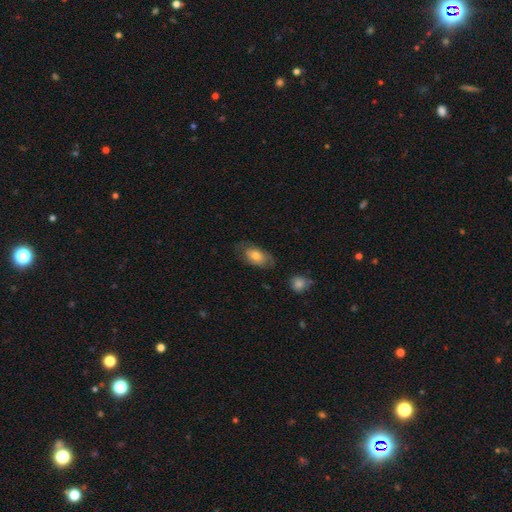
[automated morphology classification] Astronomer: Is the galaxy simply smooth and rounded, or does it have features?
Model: smooth — 70%.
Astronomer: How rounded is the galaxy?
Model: in between — 91%.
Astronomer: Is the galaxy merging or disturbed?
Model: none — 68%.